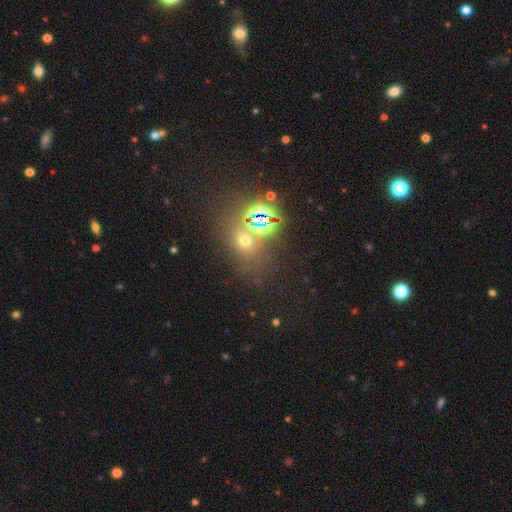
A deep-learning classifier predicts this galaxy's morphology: smooth_or_featured: star or artifact (p=0.61) [alt: smooth p=0.28]